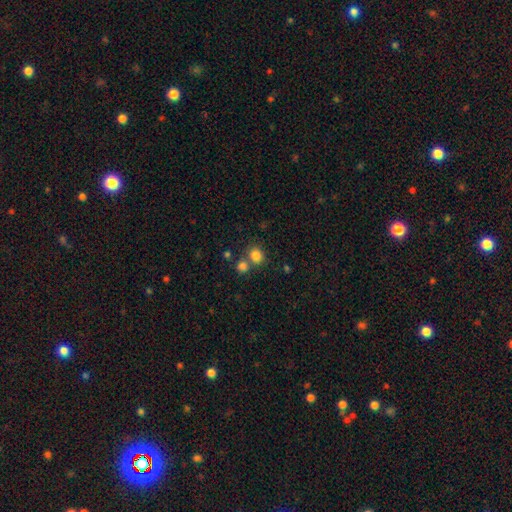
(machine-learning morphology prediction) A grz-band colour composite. It shows a smooth galaxy with no disk features (82%) that is round (78%). Merging: none (61%).